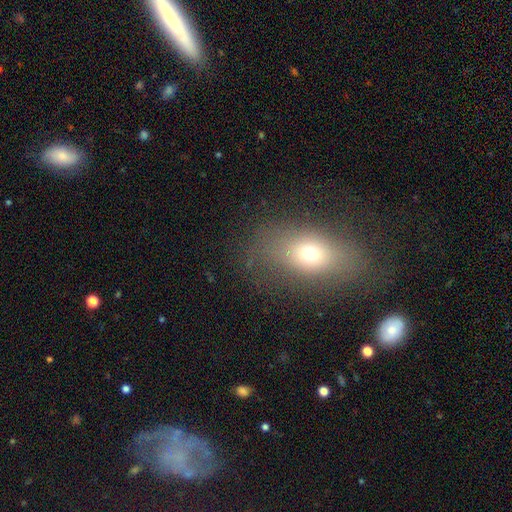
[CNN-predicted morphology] Q: Smooth or featured?
A: smooth (62%); runner-up: featured or disk (22%)
Q: How rounded?
A: in between (74%); runner-up: round (21%)
Q: Merging?
A: none (70%); runner-up: minor disturbance (16%)